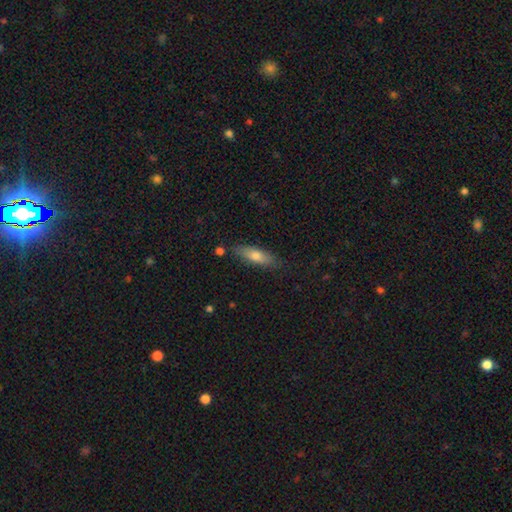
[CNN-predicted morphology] Smooth or featured? smooth (68%)
How rounded? cigar-shaped (56%)
Merging? none (80%)